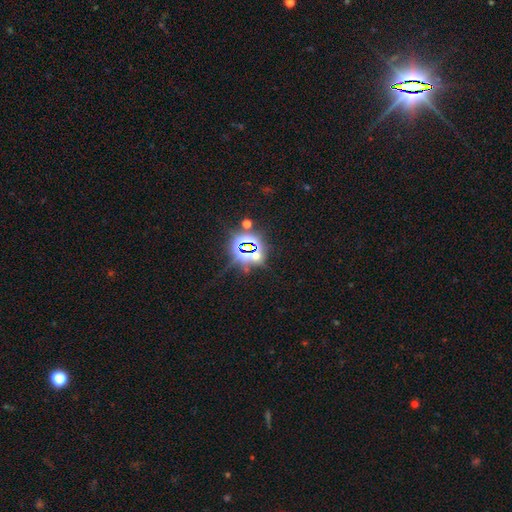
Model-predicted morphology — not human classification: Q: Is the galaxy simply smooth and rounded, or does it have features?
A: star or artifact — 75%.